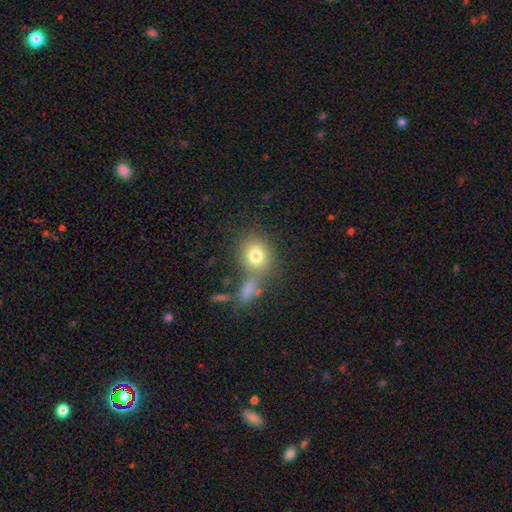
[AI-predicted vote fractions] smooth-or-featured: smooth: 78% | featured or disk: 11% | star or artifact: 11%
  how-rounded: round: 72% | in between: 27% | cigar-shaped: 2%
  merging: none: 60% | merger: 22% | minor disturbance: 12% | major disturbance: 6%